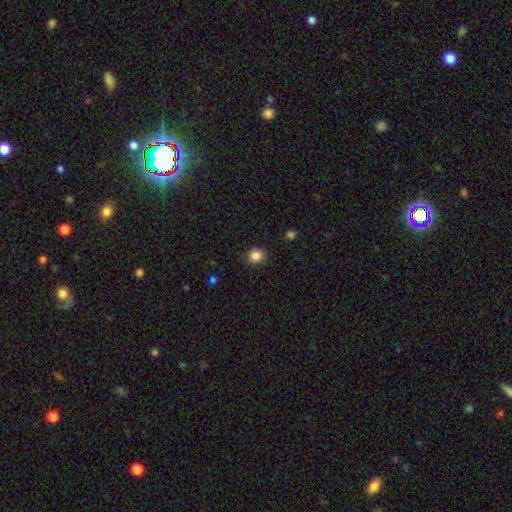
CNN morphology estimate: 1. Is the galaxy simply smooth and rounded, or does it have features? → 86% smooth, 10% star or artifact, 3% featured or disk.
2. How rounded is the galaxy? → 78% round, 21% in between, 1% cigar-shaped.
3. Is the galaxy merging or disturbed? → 88% none, 9% minor disturbance, 2% major disturbance, 1% merger.